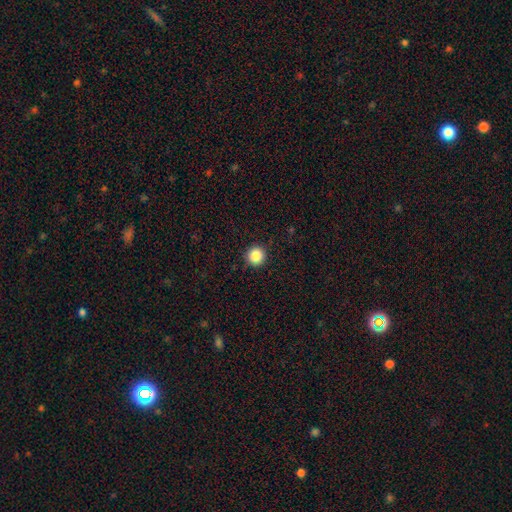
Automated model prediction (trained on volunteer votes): Overall: smooth (87%). How rounded: round (96%). Merging: none (92%).